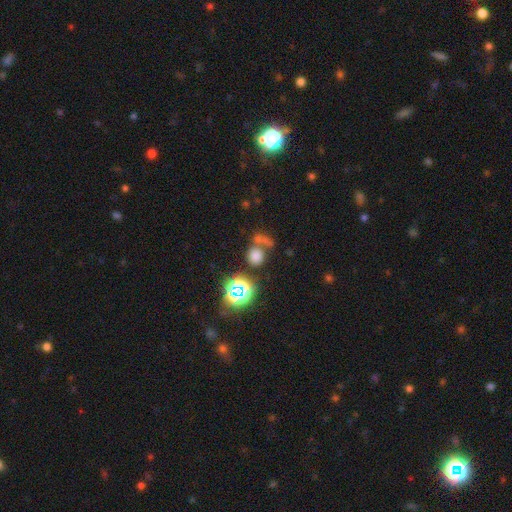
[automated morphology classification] This appears to be a smooth galaxy with no disk features (68%) that is round (81%). Merging: none (52%).